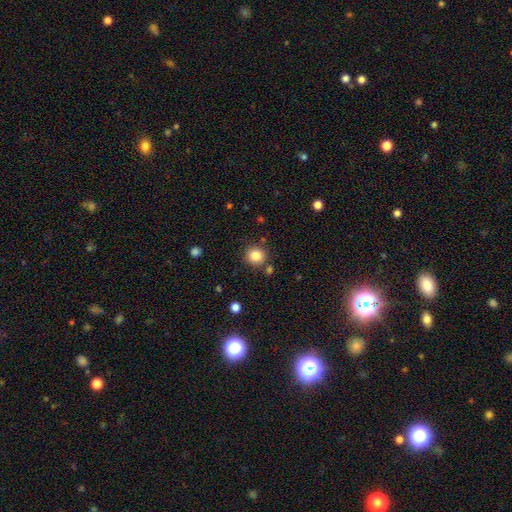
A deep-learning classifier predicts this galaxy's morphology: smooth_or_featured: smooth (p=0.84) [alt: star or artifact p=0.11]
how_rounded: round (p=0.91) [alt: in between p=0.08]
merging: none (p=0.83) [alt: minor disturbance p=0.08]